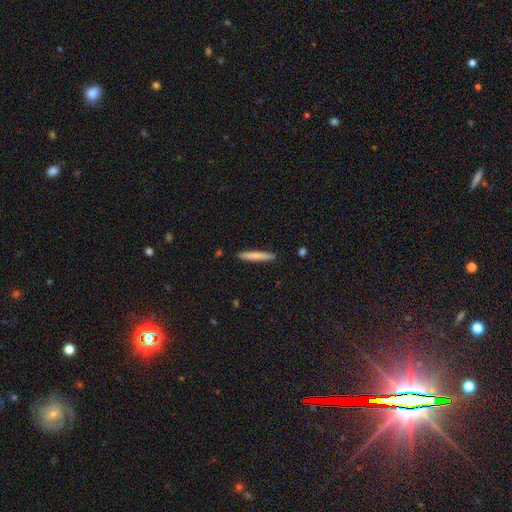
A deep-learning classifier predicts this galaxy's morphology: Smooth or featured? Predicted: smooth (p=0.77). How rounded? Predicted: cigar-shaped (p=0.95). Merging? Predicted: none (p=0.90).